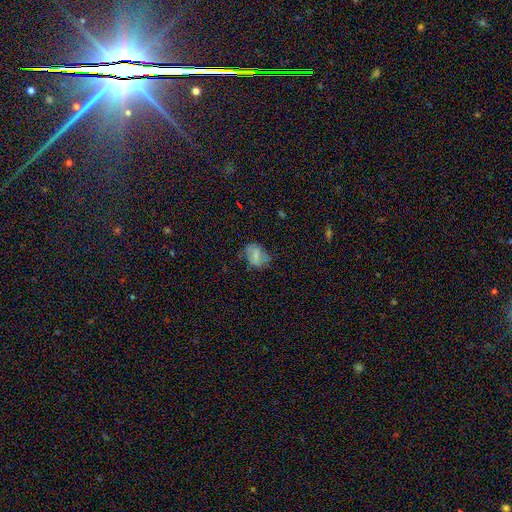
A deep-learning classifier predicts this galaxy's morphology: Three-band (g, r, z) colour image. It shows a smooth galaxy with no disk features (52%) that is in between round and cigar-shaped (65%). Merging: none (55%).